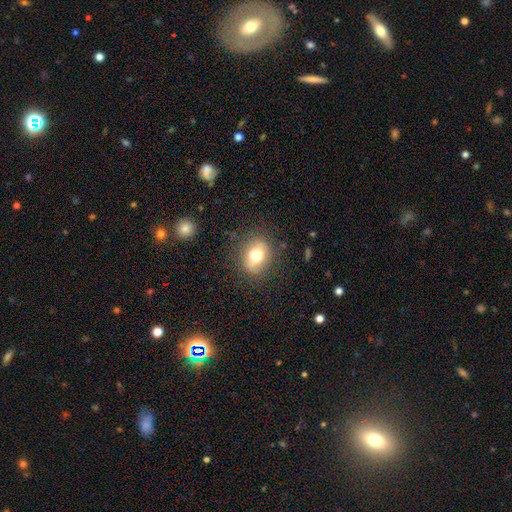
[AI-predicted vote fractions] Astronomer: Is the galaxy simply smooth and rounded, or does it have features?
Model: smooth — 68%.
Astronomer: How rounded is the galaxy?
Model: in between — 56% (runner-up: round, 43%).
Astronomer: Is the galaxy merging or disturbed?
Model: none — 80%.